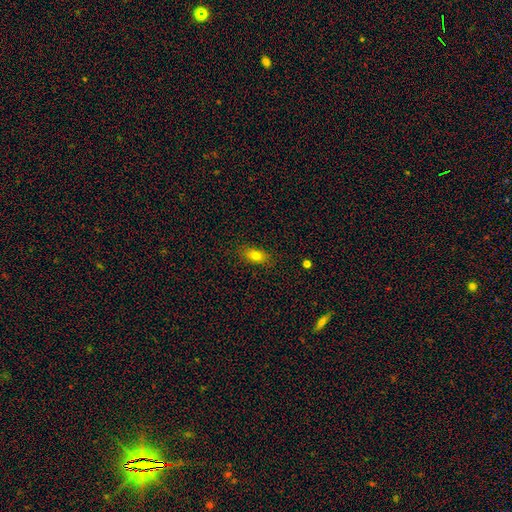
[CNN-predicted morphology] Smooth or featured: smooth — 78% (featured or disk — 12%)
How rounded: in between — 82% (round — 9%)
Merging: none — 85% (minor disturbance — 11%)